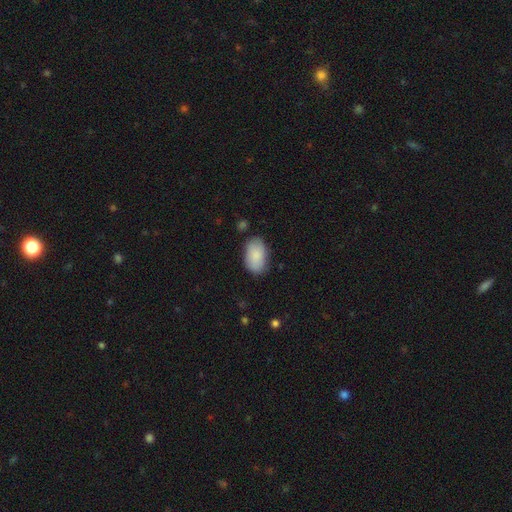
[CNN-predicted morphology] The model was most divided on "merging": none: 78%, minor disturbance: 16%, major disturbance: 4%, merger: 2%. More confident: how rounded — in between (94%); smooth or featured — smooth (87%).